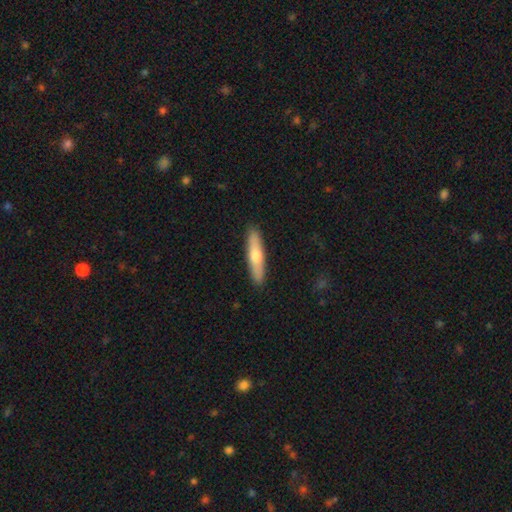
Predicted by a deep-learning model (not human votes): smooth-or-featured: smooth: 58% | featured or disk: 37% | star or artifact: 5%
  how-rounded: cigar-shaped: 81% | in between: 17% | round: 2%
  merging: none: 91% | minor disturbance: 7% | major disturbance: 1% | merger: 1%